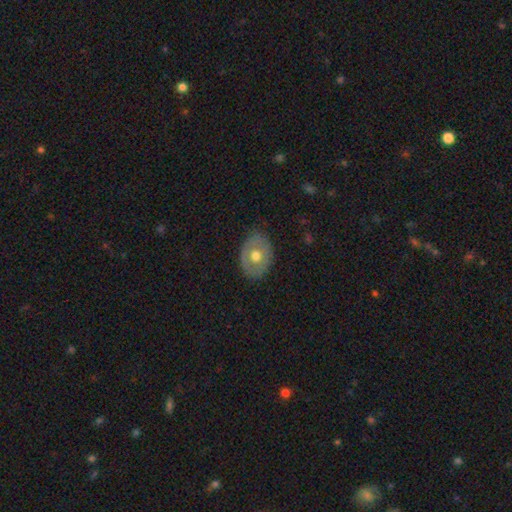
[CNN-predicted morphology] Smooth or featured? smooth (50%)
How rounded? in between (66%)
Merging? none (82%)